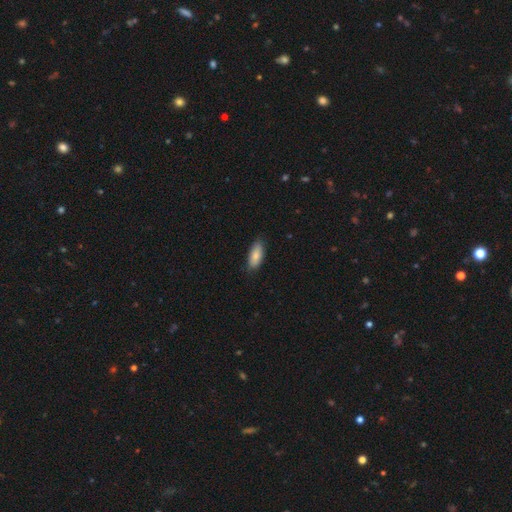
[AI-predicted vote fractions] Morphology: type=smooth (84%); roundness=in between (82%); merging=none (82%).